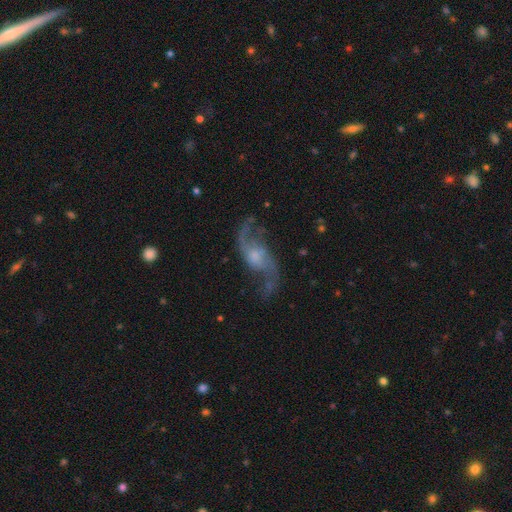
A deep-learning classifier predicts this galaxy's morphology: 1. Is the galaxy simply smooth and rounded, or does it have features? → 88% featured or disk, 7% smooth, 6% star or artifact.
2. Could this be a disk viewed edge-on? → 96% no, 4% yes.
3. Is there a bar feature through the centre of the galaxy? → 56% no, 36% weak, 8% strong.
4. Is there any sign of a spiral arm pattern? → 96% yes, 4% no.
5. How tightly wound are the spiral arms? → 77% loose, 20% medium, 4% tight.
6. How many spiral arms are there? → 92% 2, 2% can't tell, 2% 1, 2% 3, 1% 4, 1% more than 4.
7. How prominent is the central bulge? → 44% small, 37% moderate, 12% none, 6% large, 2% dominant.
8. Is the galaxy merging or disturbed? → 68% none, 17% minor disturbance, 13% major disturbance, 3% merger.